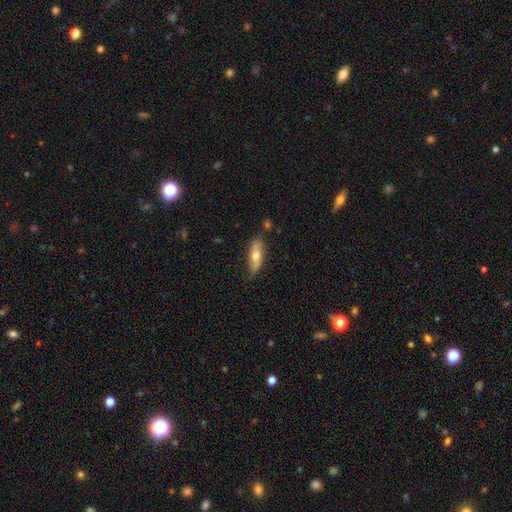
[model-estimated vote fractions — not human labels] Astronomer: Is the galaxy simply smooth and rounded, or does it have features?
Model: smooth — 61%.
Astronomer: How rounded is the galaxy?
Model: in between — 55% (runner-up: cigar-shaped, 42%).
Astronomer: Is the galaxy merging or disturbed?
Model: none — 76%.